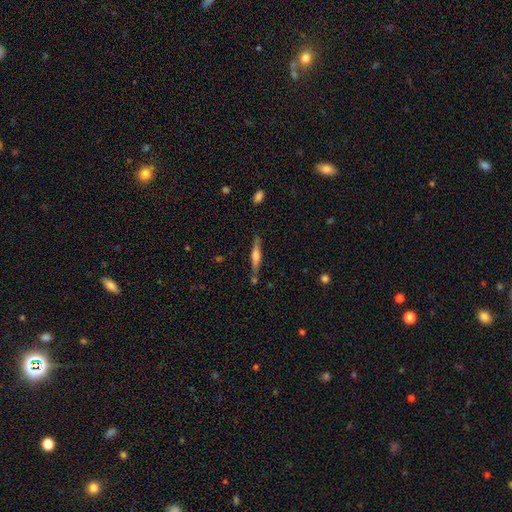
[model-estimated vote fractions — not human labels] A featured or disk galaxy (55%) viewed edge-on (95%) with a rounded central bulge (73%). Merging: none (78%).